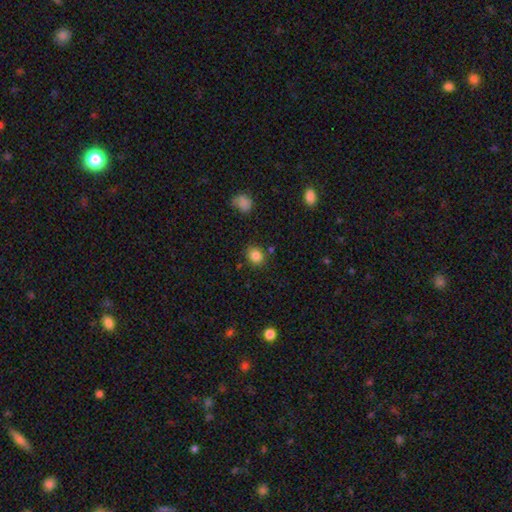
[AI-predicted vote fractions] Smooth or featured: smooth — 84% (star or artifact — 11%)
How rounded: round — 67% (in between — 32%)
Merging: none — 81% (minor disturbance — 11%)